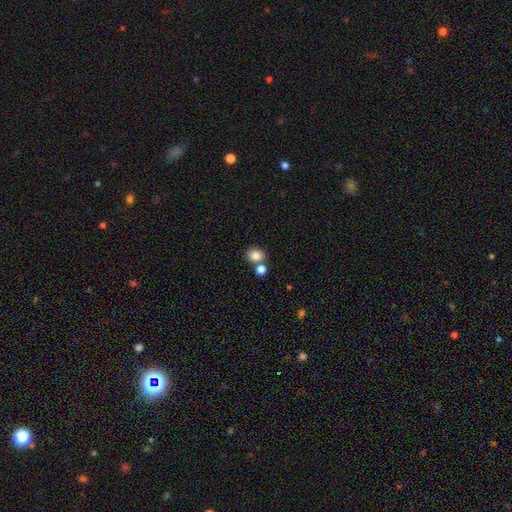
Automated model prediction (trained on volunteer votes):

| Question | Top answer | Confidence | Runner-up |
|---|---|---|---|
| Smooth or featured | smooth | 83% | star or artifact (11%) |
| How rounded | round | 67% | in between (32%) |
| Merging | none | 66% | merger (23%) |